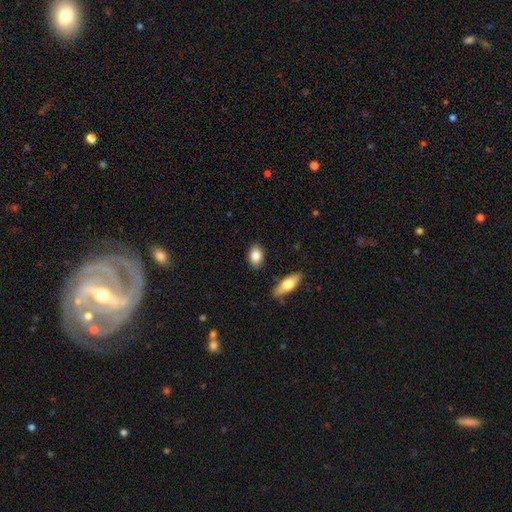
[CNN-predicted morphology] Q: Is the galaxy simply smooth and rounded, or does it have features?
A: smooth — 85%.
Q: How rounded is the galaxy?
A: in between — 86%.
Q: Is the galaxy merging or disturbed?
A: none — 86%.